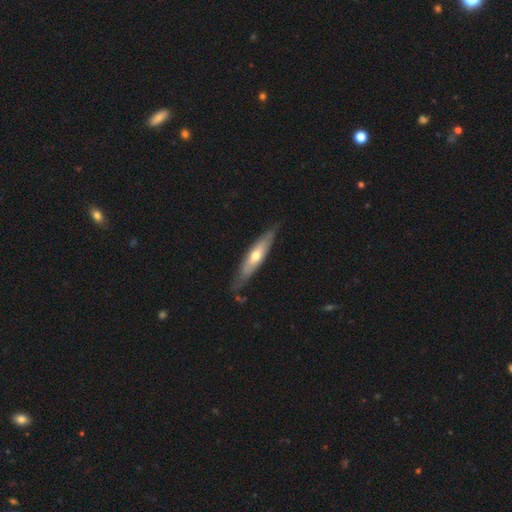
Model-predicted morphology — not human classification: Overall: featured or disk (51%; smooth 44%). Edge-on disk: yes (64%; no 36%). Merging: none (73%).